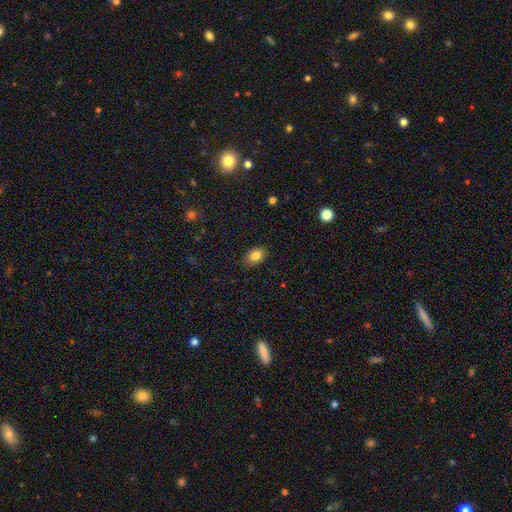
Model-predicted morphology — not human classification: Q: Smooth or featured?
A: smooth (84%); runner-up: star or artifact (9%)
Q: How rounded?
A: in between (79%); runner-up: round (19%)
Q: Merging?
A: none (85%); runner-up: minor disturbance (12%)